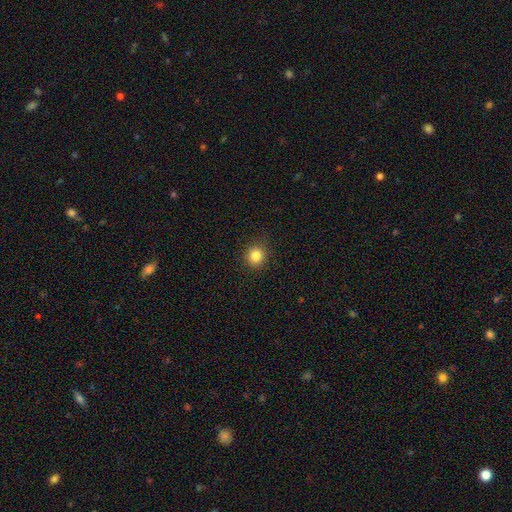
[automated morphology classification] The model was most divided on "smooth or featured": smooth: 83%, star or artifact: 12%, featured or disk: 5%. More confident: merging — none (90%); how rounded — round (89%).